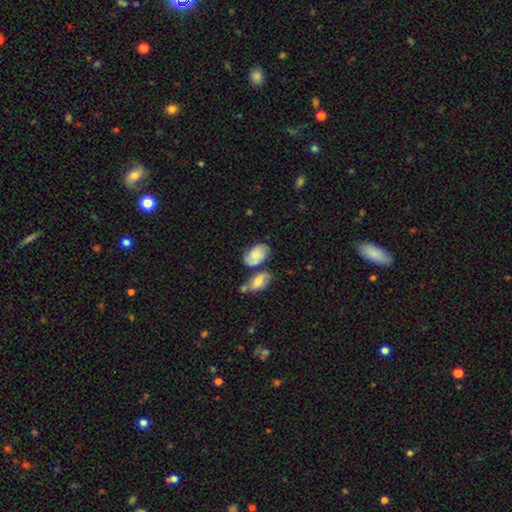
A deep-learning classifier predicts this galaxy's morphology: Smooth or featured?
  - smooth: 57% *
  - featured or disk: 35%
  - star or artifact: 8%
How rounded?
  - in between: 89% *
  - round: 9%
  - cigar-shaped: 2%
Merging?
  - none: 46% *
  - merger: 24%
  - minor disturbance: 22%
  - major disturbance: 8%